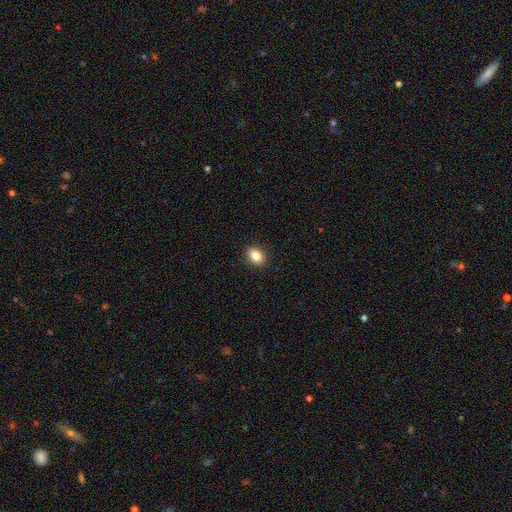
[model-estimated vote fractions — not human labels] Smooth or featured? smooth (85%)
How rounded? in between (70%)
Merging? none (90%)